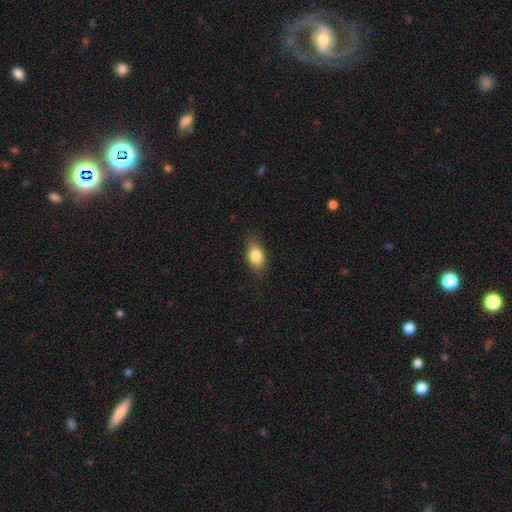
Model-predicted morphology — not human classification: Q: Smooth or featured?
A: smooth (83%); runner-up: featured or disk (9%)
Q: How rounded?
A: in between (87%); runner-up: round (10%)
Q: Merging?
A: none (84%); runner-up: minor disturbance (13%)